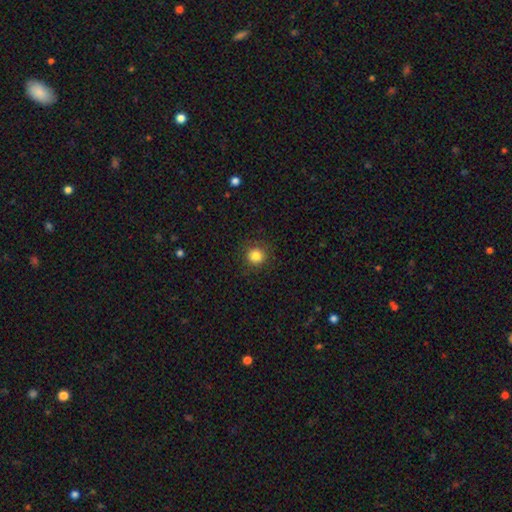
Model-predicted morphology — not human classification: This appears to be a smooth galaxy with no disk features (83%) that is round (93%). Merging: none (88%).